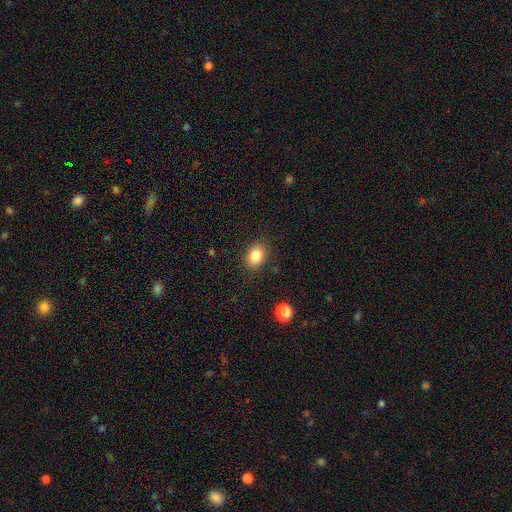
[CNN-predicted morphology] smooth-or-featured: smooth: 85% | star or artifact: 9% | featured or disk: 6%
  how-rounded: in between: 76% | round: 23% | cigar-shaped: 1%
  merging: none: 85% | minor disturbance: 10% | major disturbance: 3% | merger: 1%